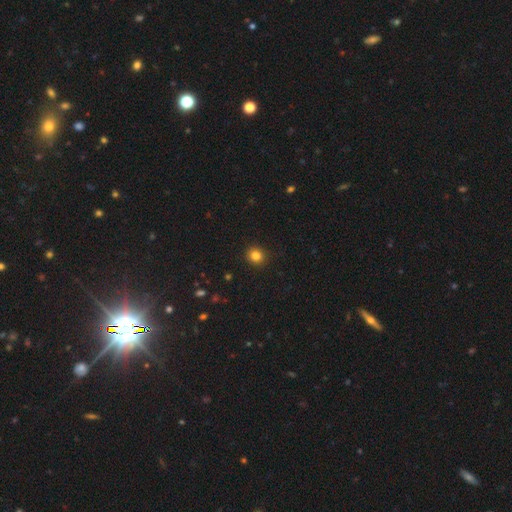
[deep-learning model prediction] A smooth galaxy with no disk features (83%) that is round (85%). Merging: none (92%).